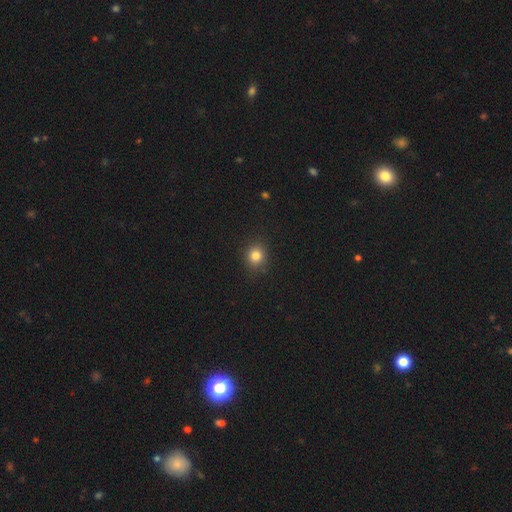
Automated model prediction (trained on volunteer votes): Morphology: type=smooth (82%); roundness=round (80%); merging=none (87%).